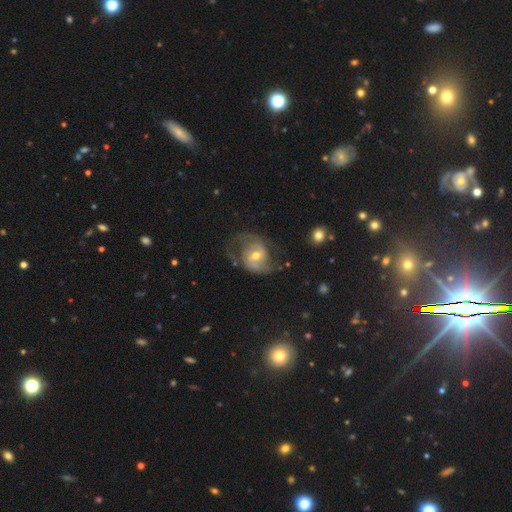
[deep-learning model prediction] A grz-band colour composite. It shows a featured or disk galaxy (80%) with a weak bar (44%), 2 (83%) medium (48%) spiral arms (90%) and a moderate central bulge (67%). Merging: none (56%).